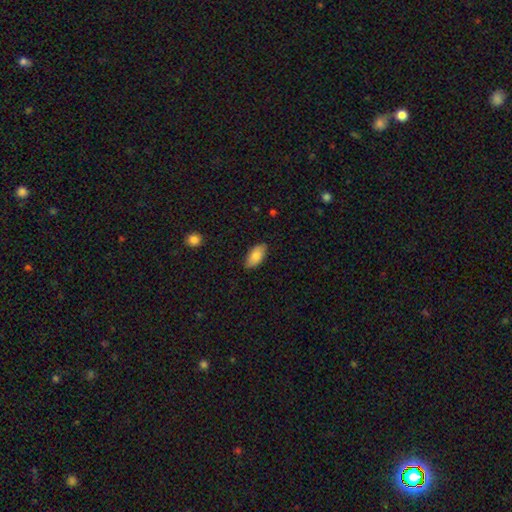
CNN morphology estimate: This is clearly a smooth galaxy (80%). How rounded: clearly in between (92%). Merging: clearly none (84%).